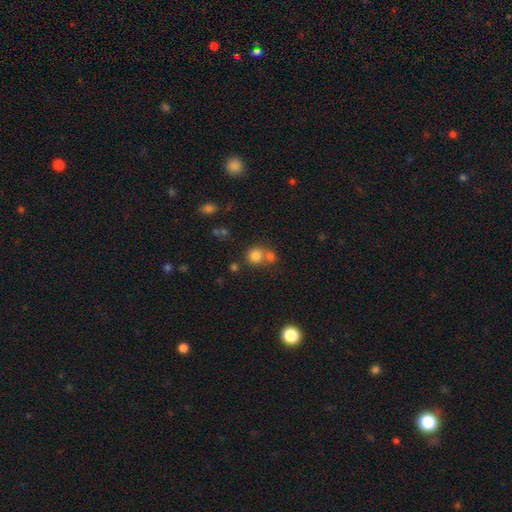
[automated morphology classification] Overall: smooth (79%). How rounded: round (84%). Merging: none (48%; merger 41%).